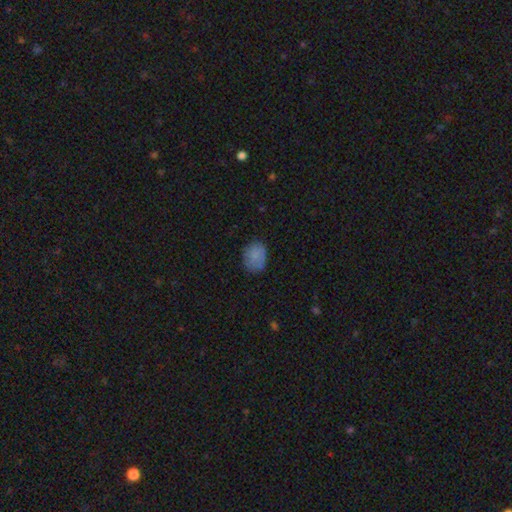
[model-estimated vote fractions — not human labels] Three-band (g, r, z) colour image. It shows a smooth galaxy with no disk features (77%) that is in between round and cigar-shaped (58%). Merging: none (72%).